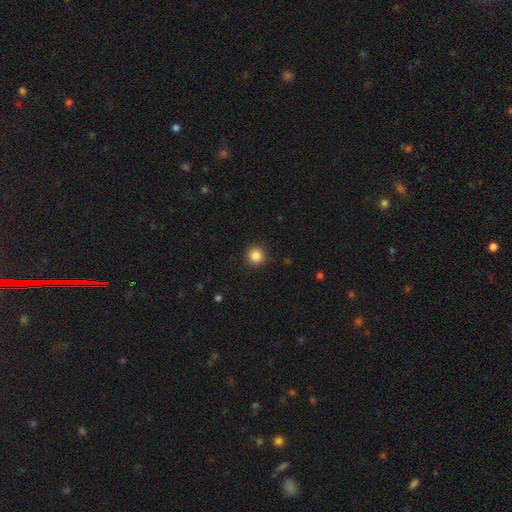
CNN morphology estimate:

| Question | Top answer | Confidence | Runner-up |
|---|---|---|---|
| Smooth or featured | smooth | 86% | star or artifact (10%) |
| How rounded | round | 95% | in between (4%) |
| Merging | none | 91% | minor disturbance (6%) |